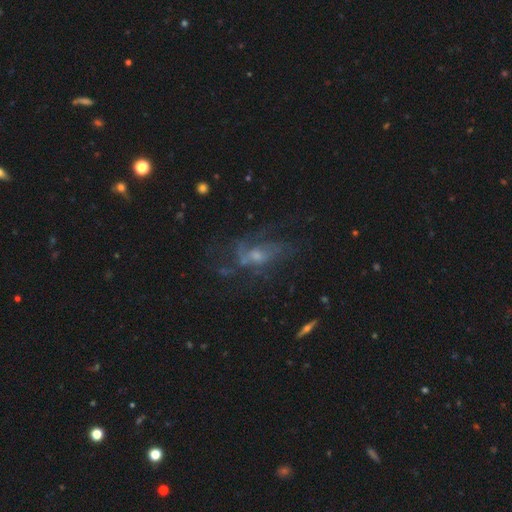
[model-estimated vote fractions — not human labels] This appears to be a featured or disk galaxy (69%) with no bar (70%), spiral arms (69%) and a small central bulge (51%). Merging: none (48%).